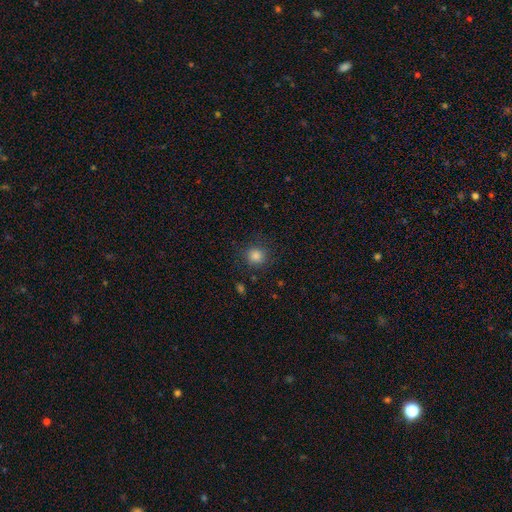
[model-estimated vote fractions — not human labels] A smooth galaxy with no disk features (83%) that is round (90%). Merging: none (85%).